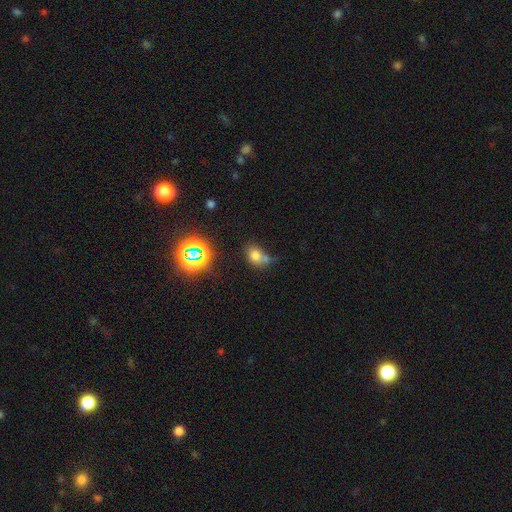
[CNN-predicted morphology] This appears to be a smooth galaxy with no disk features (69%) that is in between round and cigar-shaped (55%). Merging: none (42%).